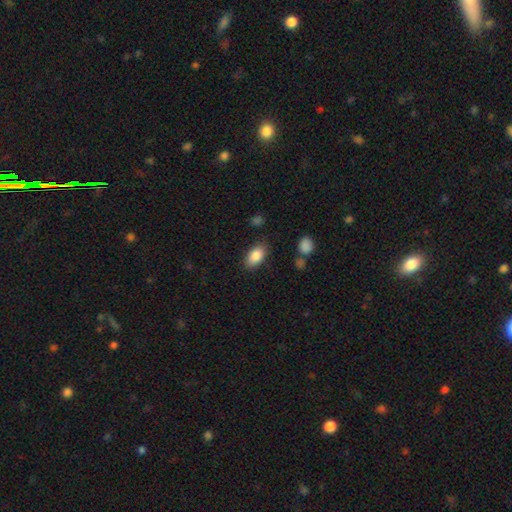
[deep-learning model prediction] Smooth or featured? smooth (85%)
How rounded? in between (91%)
Merging? none (83%)